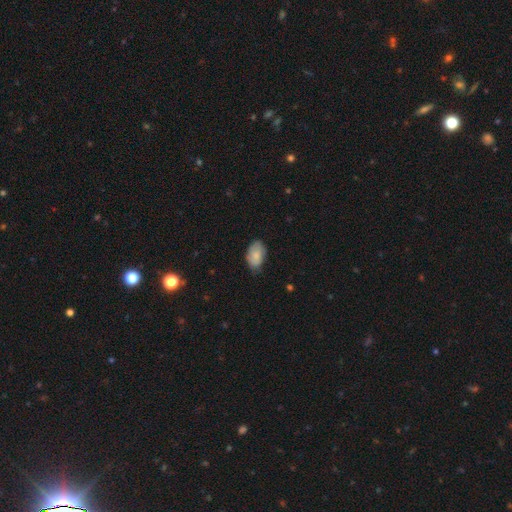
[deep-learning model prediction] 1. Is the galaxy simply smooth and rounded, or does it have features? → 81% smooth, 12% featured or disk, 7% star or artifact.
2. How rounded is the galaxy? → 92% in between, 7% round, 1% cigar-shaped.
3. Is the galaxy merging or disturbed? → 68% none, 27% minor disturbance, 4% major disturbance, 1% merger.